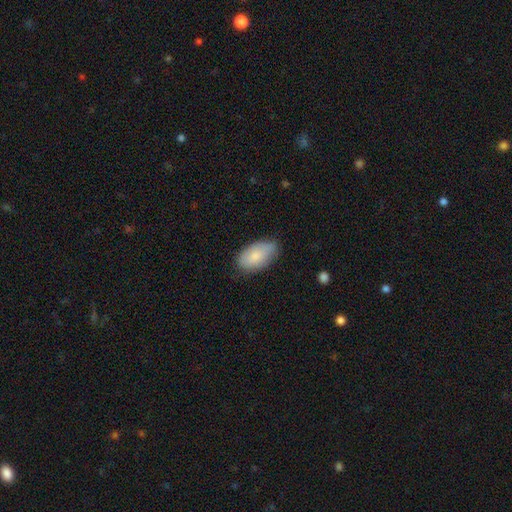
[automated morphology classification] smooth_or_featured: smooth (p=0.81) [alt: featured or disk p=0.13]
how_rounded: in between (p=0.95) [alt: round p=0.03]
merging: none (p=0.73) [alt: minor disturbance p=0.22]